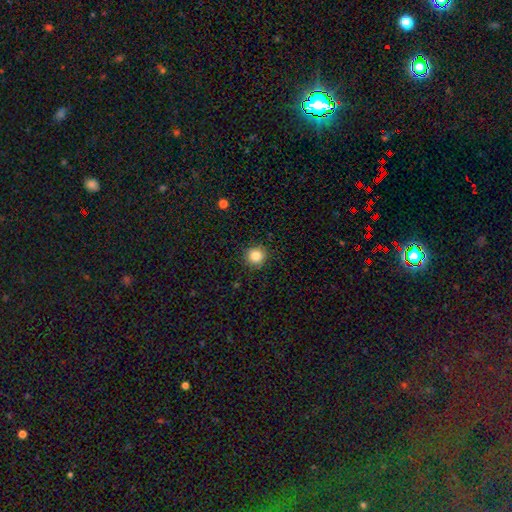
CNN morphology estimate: Smooth or featured? Predicted: smooth (p=0.86). How rounded? Predicted: round (p=0.93). Merging? Predicted: none (p=0.90).